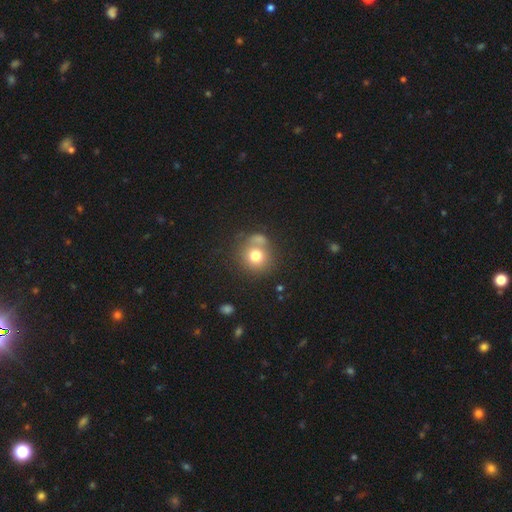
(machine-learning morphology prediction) smooth 74%, featured or disk 14%, star or artifact 12%. Down the decision tree: how rounded — round (88%); merging — none (58%).